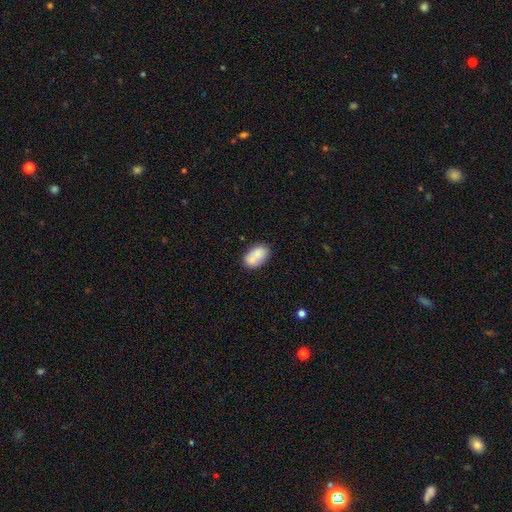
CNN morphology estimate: smooth-or-featured: smooth: 77% | featured or disk: 15% | star or artifact: 7%
  how-rounded: in between: 88% | round: 11% | cigar-shaped: 2%
  merging: none: 54% | merger: 26% | minor disturbance: 16% | major disturbance: 4%